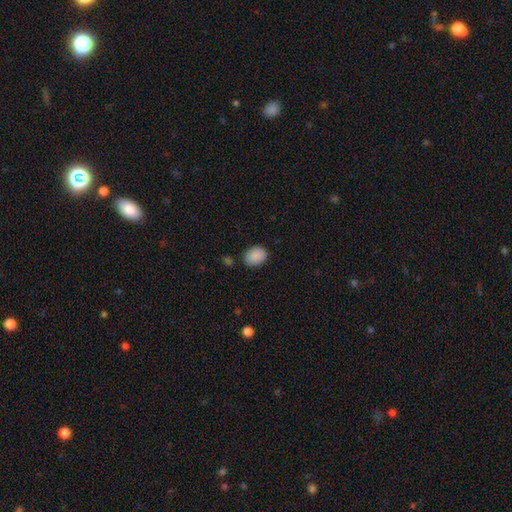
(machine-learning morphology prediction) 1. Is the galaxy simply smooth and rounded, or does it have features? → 89% smooth, 7% star or artifact, 3% featured or disk.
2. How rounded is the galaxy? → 67% in between, 32% round, 1% cigar-shaped.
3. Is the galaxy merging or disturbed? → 82% none, 12% minor disturbance, 3% major disturbance, 3% merger.